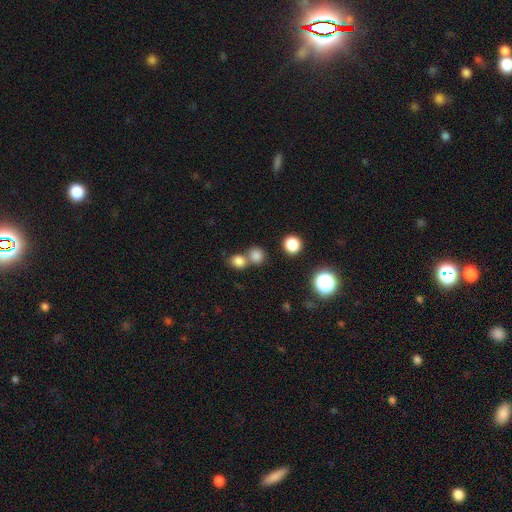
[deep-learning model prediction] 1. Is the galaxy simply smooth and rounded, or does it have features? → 80% smooth, 14% star or artifact, 6% featured or disk.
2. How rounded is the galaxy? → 76% round, 23% in between, 1% cigar-shaped.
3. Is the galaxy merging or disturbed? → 49% none, 40% merger, 7% minor disturbance, 3% major disturbance.